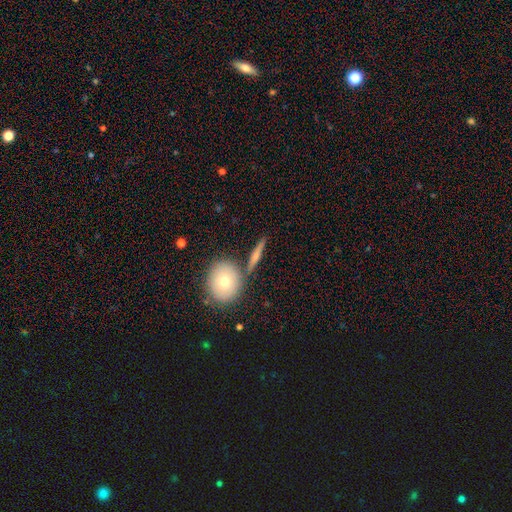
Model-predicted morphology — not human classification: smooth 55%, featured or disk 38%, star or artifact 7%. Down the decision tree: how rounded — cigar-shaped (64%); merging — none (79%).